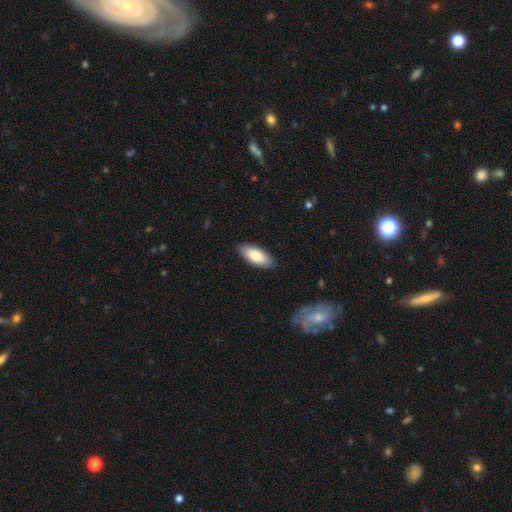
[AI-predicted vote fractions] Smooth or featured: smooth — 80% (featured or disk — 14%)
How rounded: in between — 86% (cigar-shaped — 12%)
Merging: none — 88% (minor disturbance — 9%)